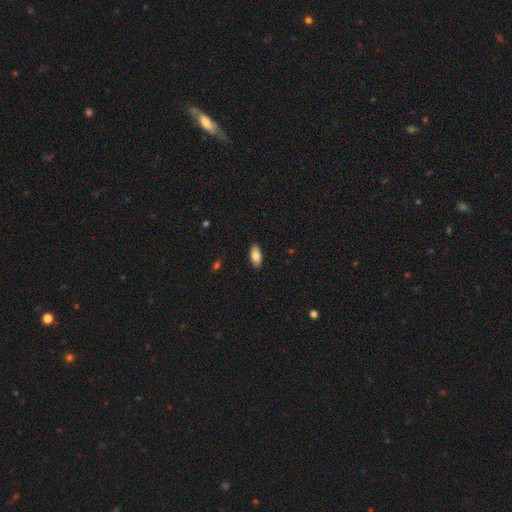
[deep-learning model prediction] Smooth or featured? Predicted: smooth (p=0.82). How rounded? Predicted: in between (p=0.91). Merging? Predicted: none (p=0.89).